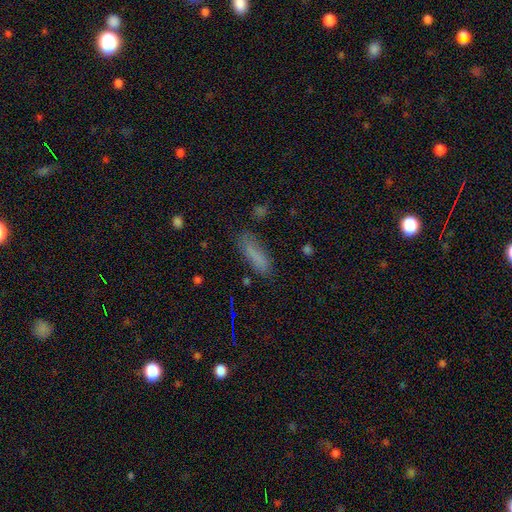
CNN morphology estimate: smooth_or_featured: smooth (p=0.79) [alt: featured or disk p=0.11]
how_rounded: cigar-shaped (p=0.58) [alt: in between p=0.40]
merging: none (p=0.72) [alt: minor disturbance p=0.19]